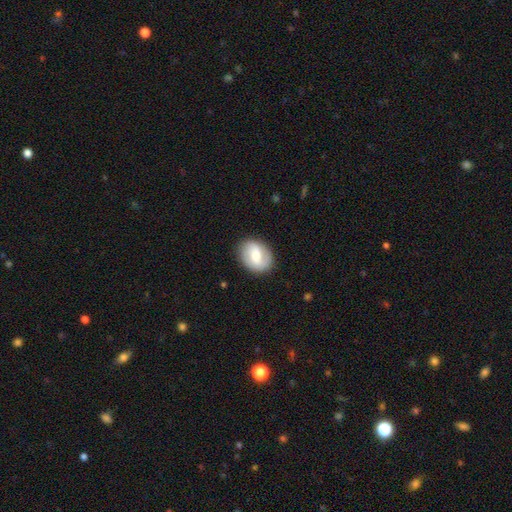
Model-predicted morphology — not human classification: A smooth galaxy with no disk features (56%) that is in between round and cigar-shaped (52%). Merging: none (85%).